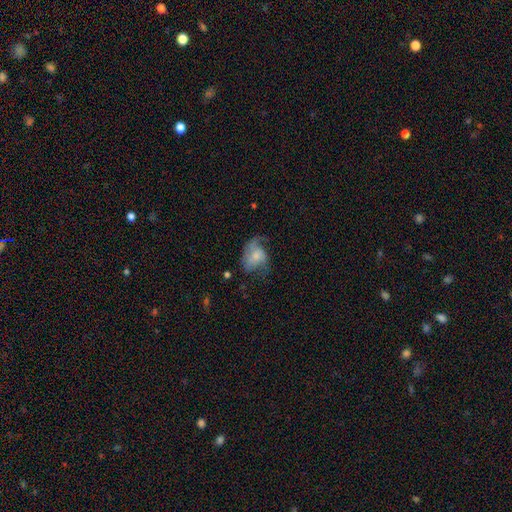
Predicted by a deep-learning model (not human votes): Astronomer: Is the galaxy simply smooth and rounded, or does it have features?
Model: featured or disk — 58% (runner-up: smooth, 34%).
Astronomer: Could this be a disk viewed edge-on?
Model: no — 97%.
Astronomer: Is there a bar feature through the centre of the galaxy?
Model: no — 71%.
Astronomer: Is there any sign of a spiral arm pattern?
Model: yes — 81%.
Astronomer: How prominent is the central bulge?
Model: small — 46% (runner-up: moderate, 32%).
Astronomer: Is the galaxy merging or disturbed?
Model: none — 39% (runner-up: major disturbance, 33%).